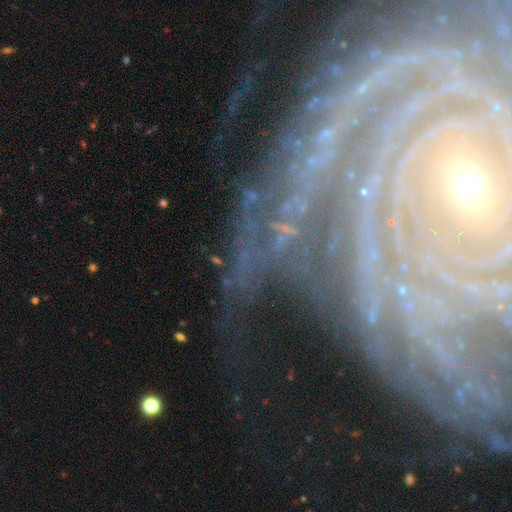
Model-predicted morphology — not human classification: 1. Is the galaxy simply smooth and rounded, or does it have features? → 71% featured or disk, 17% star or artifact, 11% smooth.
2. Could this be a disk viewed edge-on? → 91% no, 9% yes.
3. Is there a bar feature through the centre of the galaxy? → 44% no, 29% strong, 27% weak.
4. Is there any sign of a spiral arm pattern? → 94% yes, 6% no.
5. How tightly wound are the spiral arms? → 80% tight, 15% medium, 5% loose.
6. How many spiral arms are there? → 26% can't tell, 17% 3, 16% 2, 15% more than 4, 15% 4, 12% 1.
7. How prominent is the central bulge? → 62% small, 26% moderate, 6% large, 4% none, 3% dominant.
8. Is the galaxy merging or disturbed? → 74% none, 15% minor disturbance, 8% major disturbance, 3% merger.